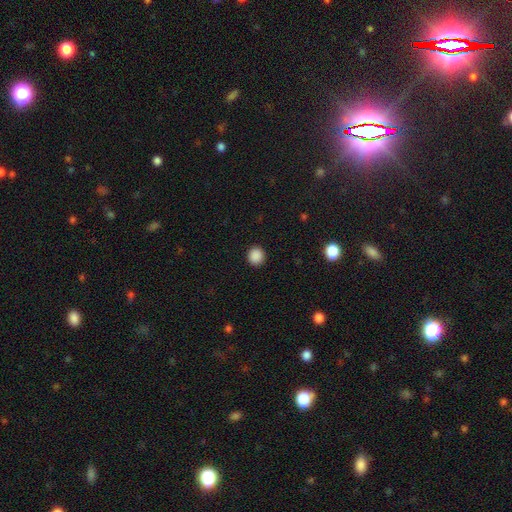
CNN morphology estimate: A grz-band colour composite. It shows a smooth galaxy with no disk features (88%) that is round (88%). Merging: none (92%).